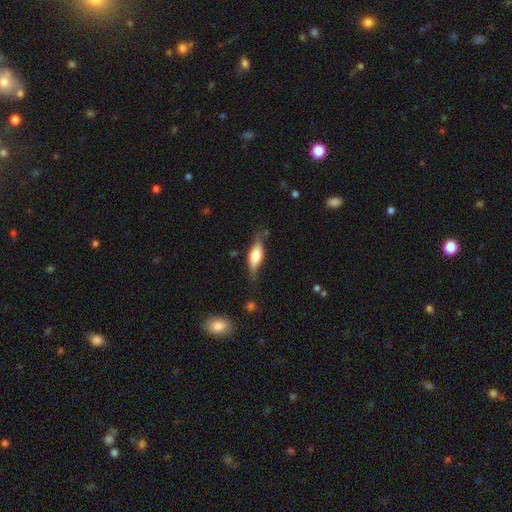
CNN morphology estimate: Smooth or featured: smooth — 53% (featured or disk — 40%)
How rounded: in between — 62% (cigar-shaped — 35%)
Merging: none — 68% (minor disturbance — 23%)